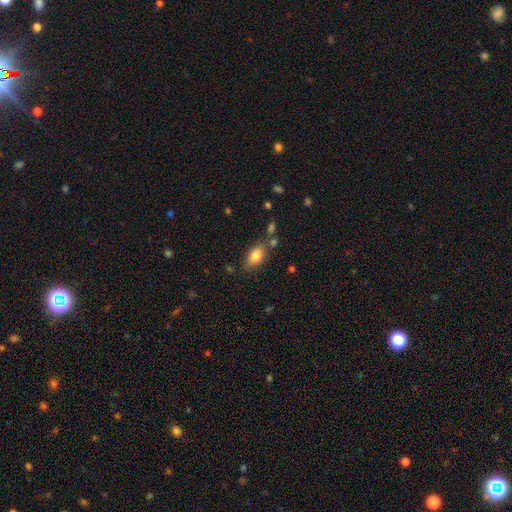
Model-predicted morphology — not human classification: Smooth or featured? smooth (82%)
How rounded? in between (88%)
Merging? none (73%)